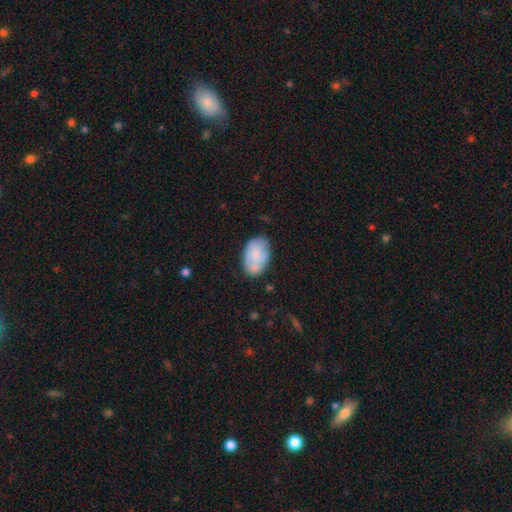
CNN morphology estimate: type=smooth (59%); roundness=in between (88%); merging=none (62%).